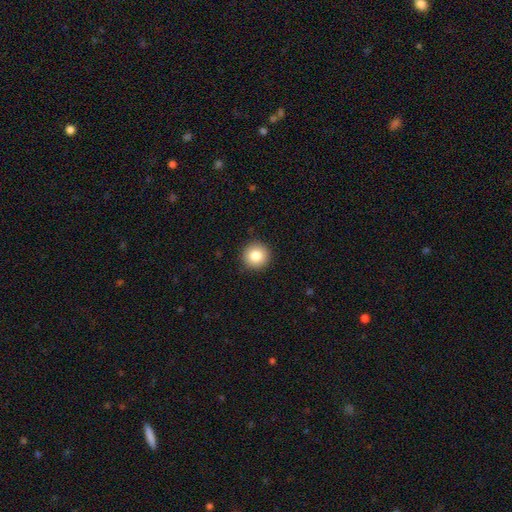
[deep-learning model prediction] smooth-or-featured: smooth: 83% | star or artifact: 10% | featured or disk: 7%
  how-rounded: round: 95% | in between: 4% | cigar-shaped: 1%
  merging: none: 92% | minor disturbance: 6% | major disturbance: 2% | merger: 1%